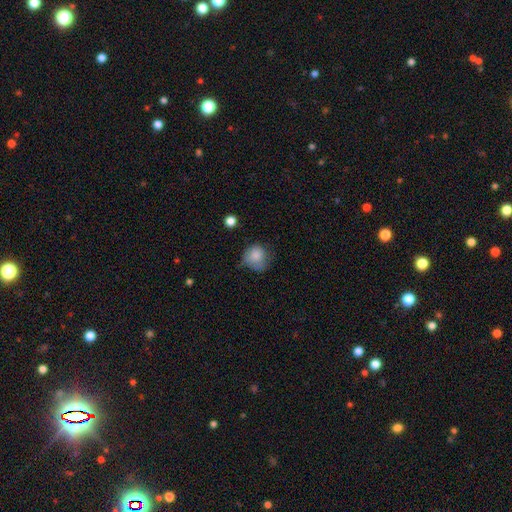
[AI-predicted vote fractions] Smooth or featured: smooth — 81% (featured or disk — 10%)
How rounded: round — 81% (in between — 18%)
Merging: none — 47% (minor disturbance — 36%)